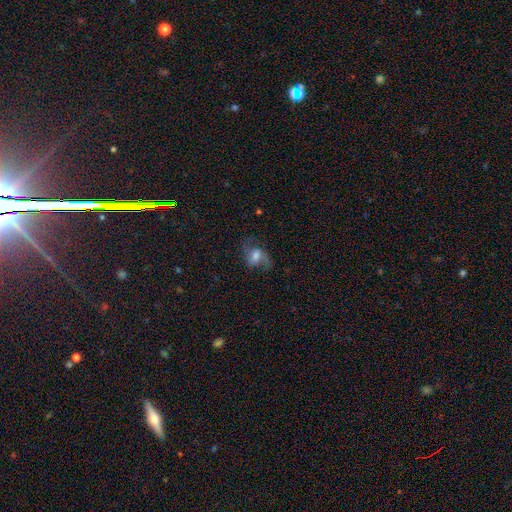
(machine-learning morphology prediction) Overall: featured or disk (56%; smooth 34%). Edge-on disk: no (95%). Bar: weak (44%; no 42%). Spiral arms: yes (87%). Bulge size: moderate (49%; large 23%). Merging: none (59%; minor disturbance 21%).